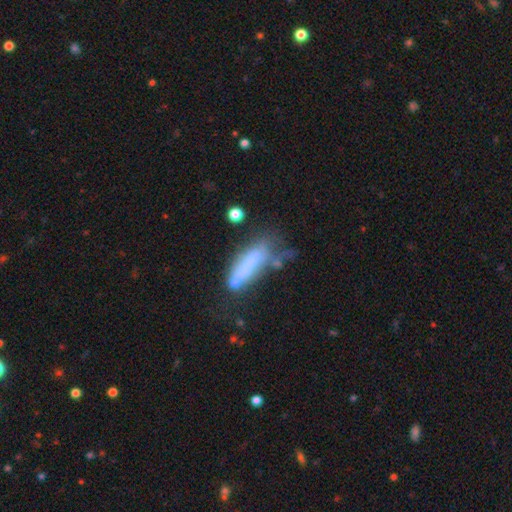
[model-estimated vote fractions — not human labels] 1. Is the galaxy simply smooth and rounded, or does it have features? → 56% smooth, 33% featured or disk, 10% star or artifact.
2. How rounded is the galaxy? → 54% cigar-shaped, 44% in between, 2% round.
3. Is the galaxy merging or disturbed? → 35% none, 26% minor disturbance, 21% major disturbance, 18% merger.